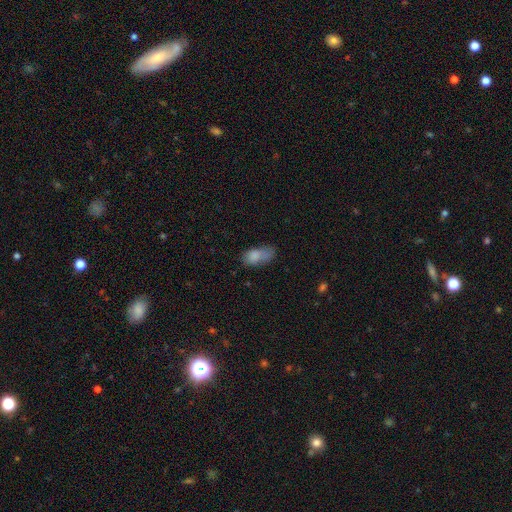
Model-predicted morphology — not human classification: Smooth or featured? Predicted: smooth (p=0.78). How rounded? Predicted: in between (p=0.87). Merging? Predicted: none (p=0.38).